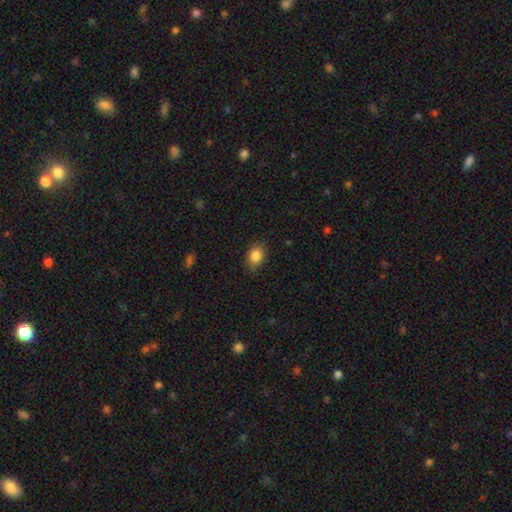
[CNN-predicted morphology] Q: Smooth or featured?
A: smooth (86%); runner-up: star or artifact (9%)
Q: How rounded?
A: in between (71%); runner-up: round (27%)
Q: Merging?
A: none (83%); runner-up: minor disturbance (13%)